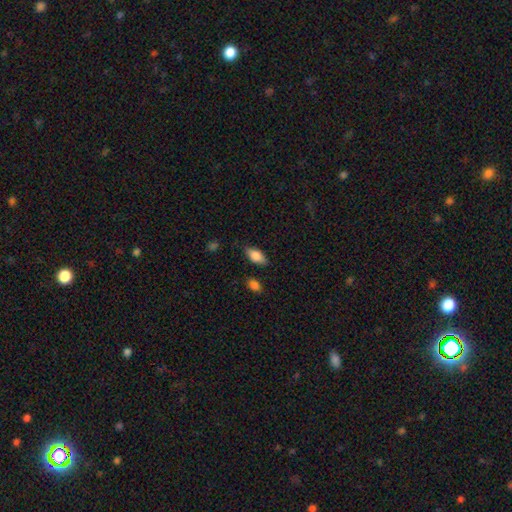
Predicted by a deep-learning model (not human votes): Smooth or featured: smooth — 81% (featured or disk — 12%)
How rounded: in between — 87% (cigar-shaped — 9%)
Merging: none — 81% (minor disturbance — 13%)